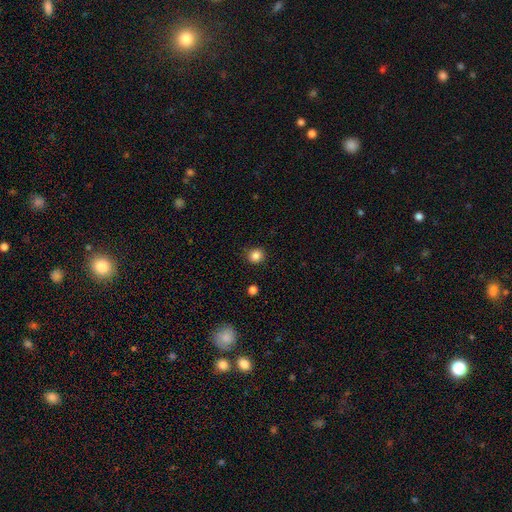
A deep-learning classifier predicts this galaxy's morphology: A smooth galaxy with no disk features (85%) that is round (89%). Merging: none (89%).